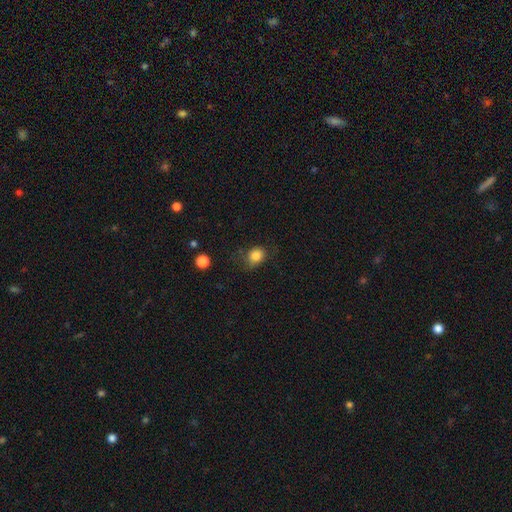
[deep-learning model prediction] Overall: smooth (84%). How rounded: round (56%; in between 43%). Merging: none (61%; minor disturbance 26%).